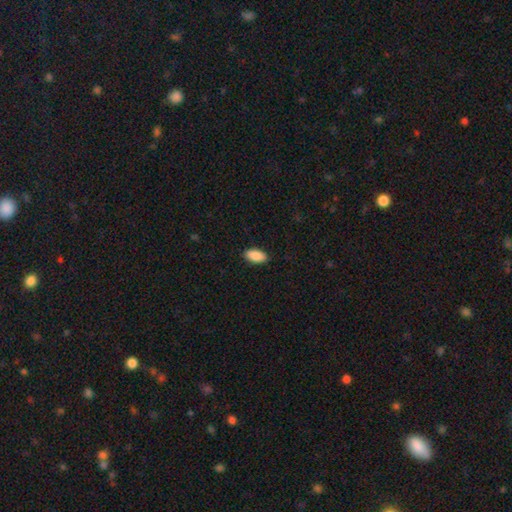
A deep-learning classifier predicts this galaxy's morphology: This appears to be a smooth galaxy with no disk features (89%) that is in between round and cigar-shaped (92%). Merging: none (89%).